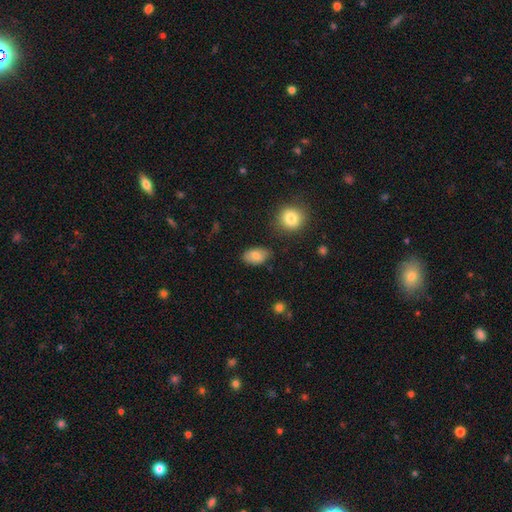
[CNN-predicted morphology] A smooth galaxy with no disk features (80%) that is in between round and cigar-shaped (90%).

Vote fractions:
- Smooth or featured? smooth: 80% / featured or disk: 13% / star or artifact: 8%
- How rounded? in between: 90% / round: 9% / cigar-shaped: 2%
- Merging? none: 78% / minor disturbance: 15% / major disturbance: 3% / merger: 3%